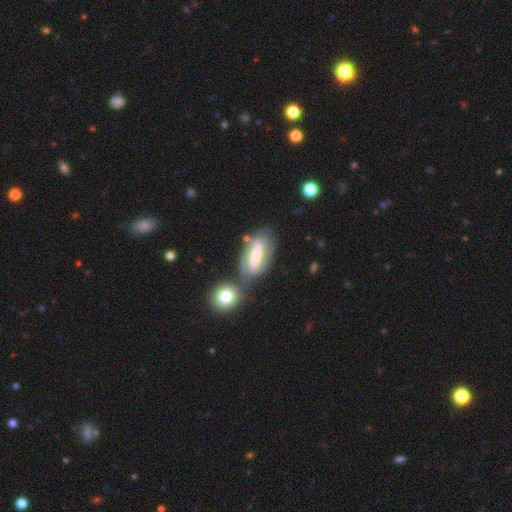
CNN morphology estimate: Smooth or featured? Predicted: featured or disk (p=0.68). Edge-on disk? Predicted: no (p=0.90). Bar? Predicted: strong (p=0.46). Spiral arms? Predicted: yes (p=0.86). Spiral winding? Predicted: medium (p=0.43). Spiral arm count? Predicted: 2 (p=0.77). Bulge size? Predicted: moderate (p=0.36). Merging? Predicted: none (p=0.51).